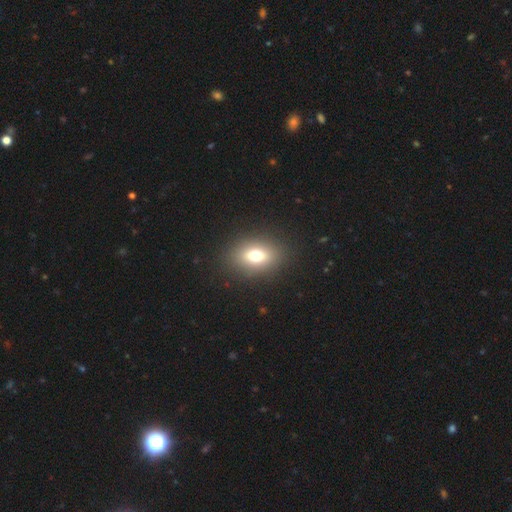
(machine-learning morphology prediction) Overall: smooth (68%). How rounded: in between (72%). Merging: none (88%).